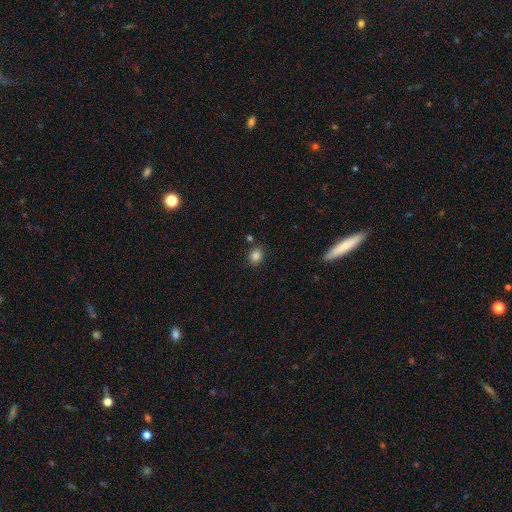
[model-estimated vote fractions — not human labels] A smooth galaxy with no disk features (84%) that is round (52%). Merging: none (81%).